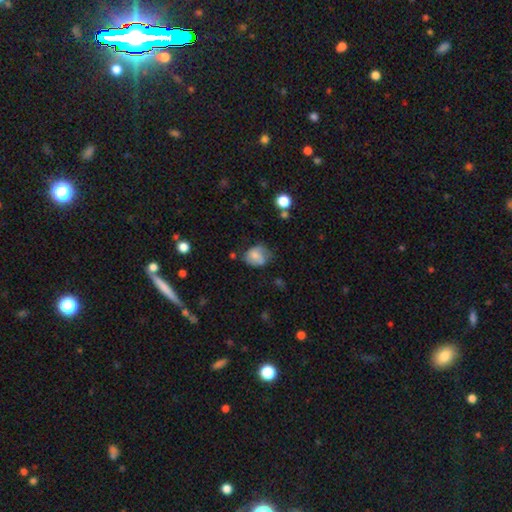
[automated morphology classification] This appears to be a smooth galaxy with no disk features (59%) that is in between round and cigar-shaped (51%). Merging: none (46%).